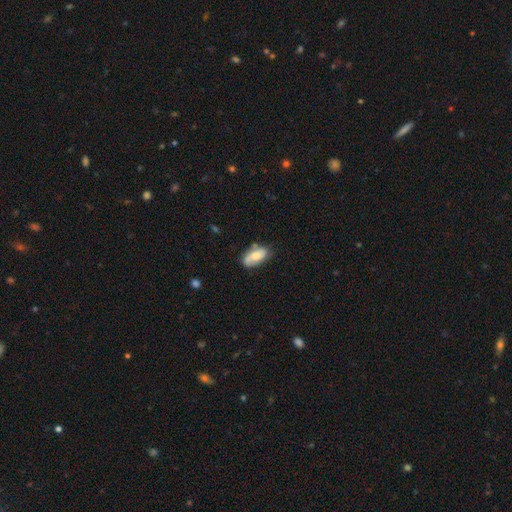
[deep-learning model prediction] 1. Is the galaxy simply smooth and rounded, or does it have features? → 60% smooth, 33% featured or disk, 7% star or artifact.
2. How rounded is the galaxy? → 91% in between, 6% cigar-shaped, 3% round.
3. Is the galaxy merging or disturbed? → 63% none, 26% minor disturbance, 7% major disturbance, 5% merger.